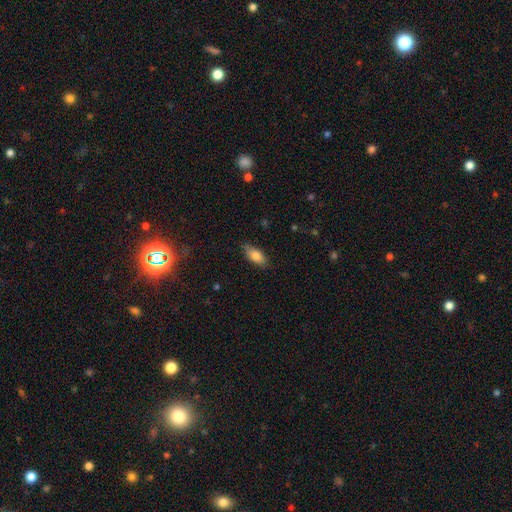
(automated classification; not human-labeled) smooth_or_featured: smooth (p=0.80) [alt: featured or disk p=0.14]
how_rounded: in between (p=0.83) [alt: cigar-shaped p=0.15]
merging: none (p=0.82) [alt: minor disturbance p=0.14]